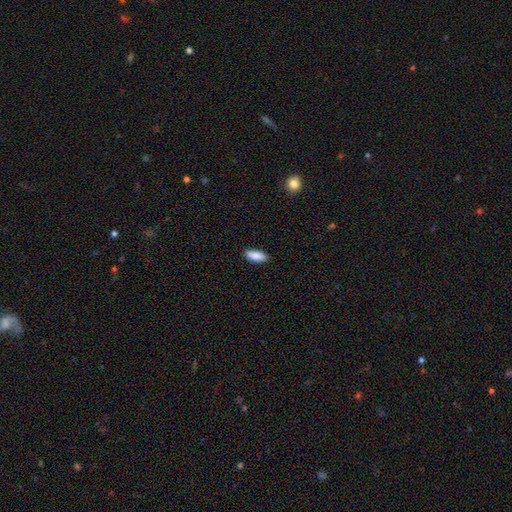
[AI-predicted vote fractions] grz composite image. It shows a smooth galaxy with no disk features (87%) that is in between round and cigar-shaped (81%). Merging: none (86%).